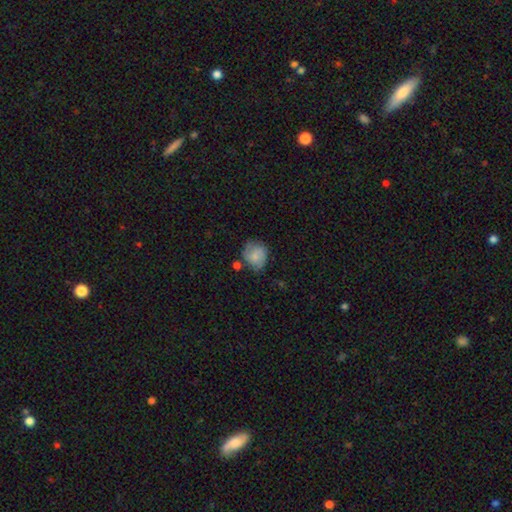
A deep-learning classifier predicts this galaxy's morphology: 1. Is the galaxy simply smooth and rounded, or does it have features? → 69% smooth, 23% featured or disk, 8% star or artifact.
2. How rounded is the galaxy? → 69% round, 30% in between, 1% cigar-shaped.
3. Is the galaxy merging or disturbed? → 54% none, 29% minor disturbance, 9% major disturbance, 7% merger.